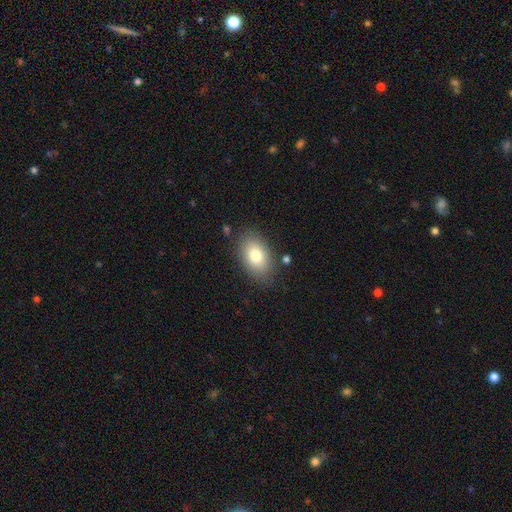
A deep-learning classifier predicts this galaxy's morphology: A smooth galaxy with no disk features (79%) that is in between round and cigar-shaped (88%). Merging: none (82%).